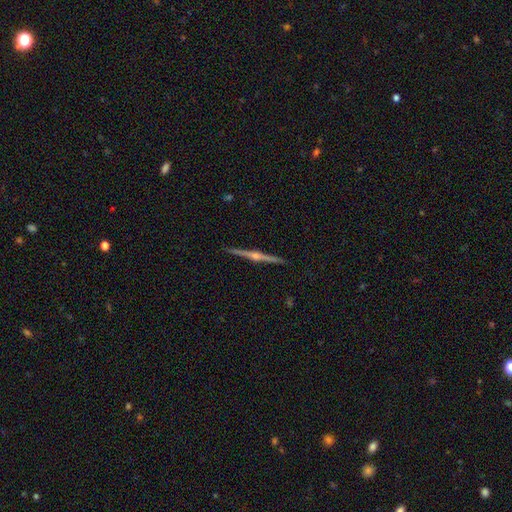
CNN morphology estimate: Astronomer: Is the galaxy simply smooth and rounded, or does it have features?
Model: featured or disk — 82%.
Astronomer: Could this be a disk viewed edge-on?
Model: yes — 98%.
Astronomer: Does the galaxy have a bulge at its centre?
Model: rounded — 85%.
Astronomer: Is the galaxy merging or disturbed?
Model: none — 91%.